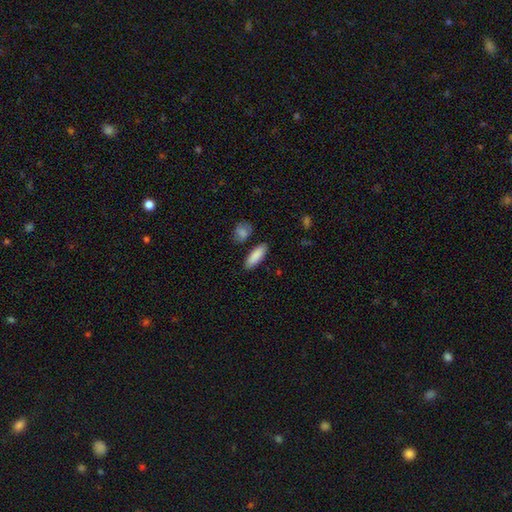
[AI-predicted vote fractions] Smooth or featured?
  - smooth: 88% *
  - featured or disk: 6%
  - star or artifact: 6%
How rounded?
  - in between: 61% *
  - cigar-shaped: 36%
  - round: 2%
Merging?
  - none: 84% *
  - minor disturbance: 10%
  - merger: 4%
  - major disturbance: 2%